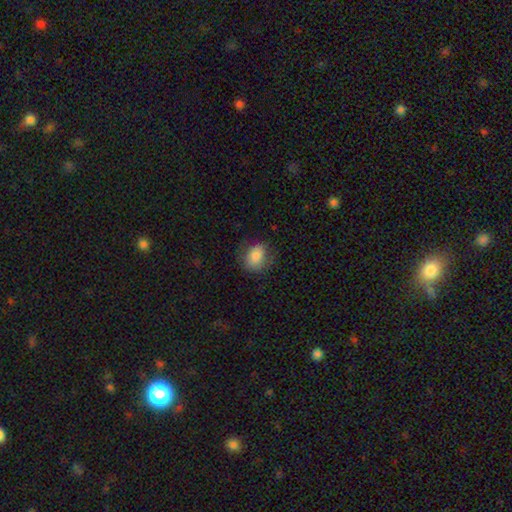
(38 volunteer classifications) This is likely a smooth galaxy (79%). How rounded: likely round (60%). Merging: clearly none (83%).